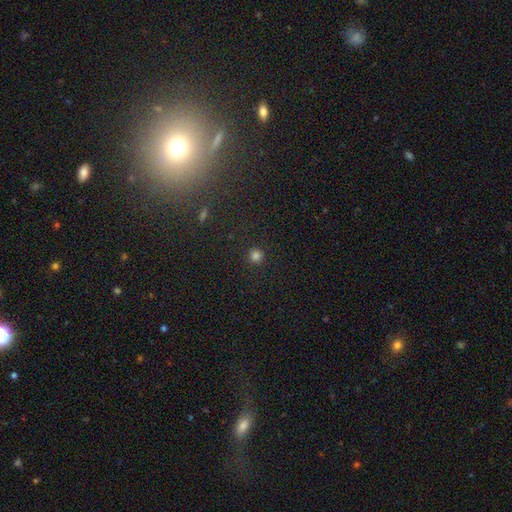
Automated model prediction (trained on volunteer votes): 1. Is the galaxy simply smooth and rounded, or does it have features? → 81% smooth, 15% star or artifact, 4% featured or disk.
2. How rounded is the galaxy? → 94% round, 5% in between, 1% cigar-shaped.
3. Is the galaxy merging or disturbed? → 91% none, 5% minor disturbance, 2% major disturbance, 1% merger.